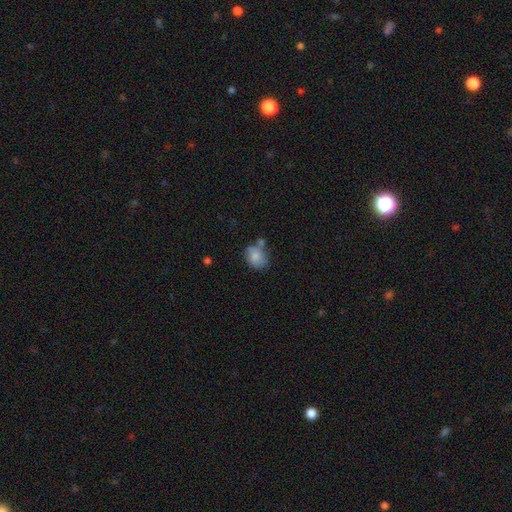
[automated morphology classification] Smooth or featured?
  - smooth: 76% *
  - featured or disk: 16%
  - star or artifact: 8%
How rounded?
  - round: 50% *
  - in between: 49%
  - cigar-shaped: 1%
Merging?
  - none: 49% *
  - minor disturbance: 24%
  - merger: 19%
  - major disturbance: 8%